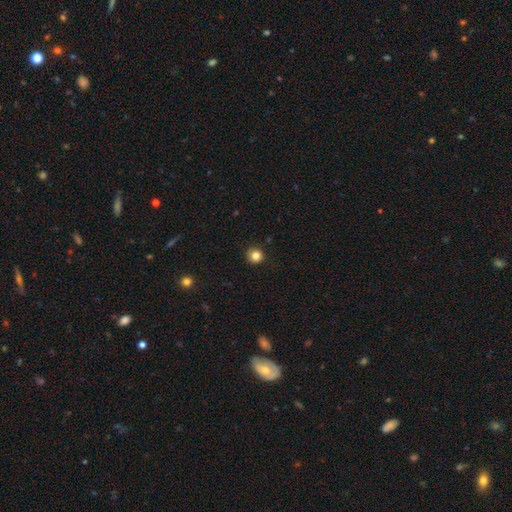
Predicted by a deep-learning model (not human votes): Smooth or featured? Predicted: smooth (p=0.84). How rounded? Predicted: round (p=0.94). Merging? Predicted: none (p=0.91).